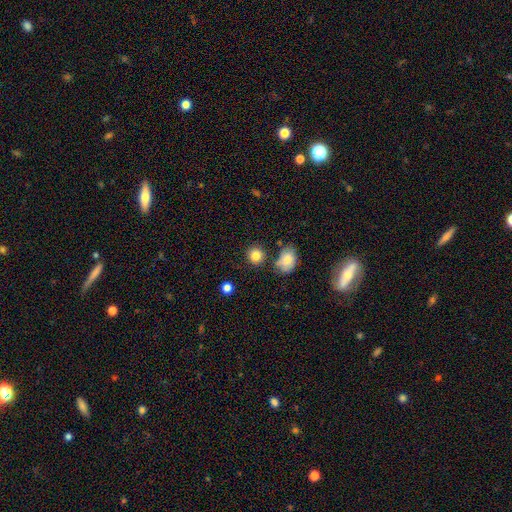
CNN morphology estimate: This is clearly a smooth galaxy (84%). How rounded: clearly round (85%). Merging: clearly none (80%).